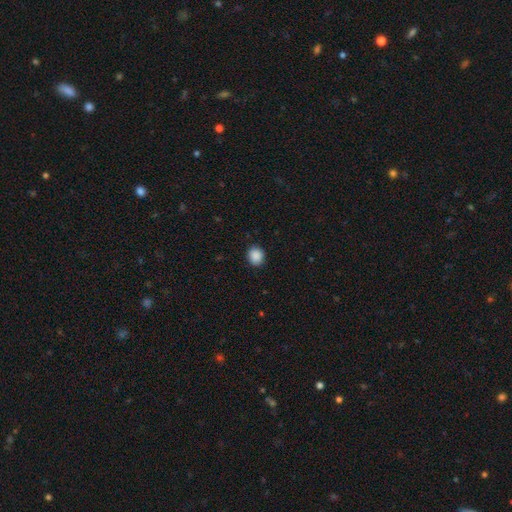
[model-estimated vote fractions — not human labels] The model was most divided on "how rounded": round: 72%, in between: 27%, cigar-shaped: 1%. More confident: smooth or featured — smooth (89%); merging — none (89%).